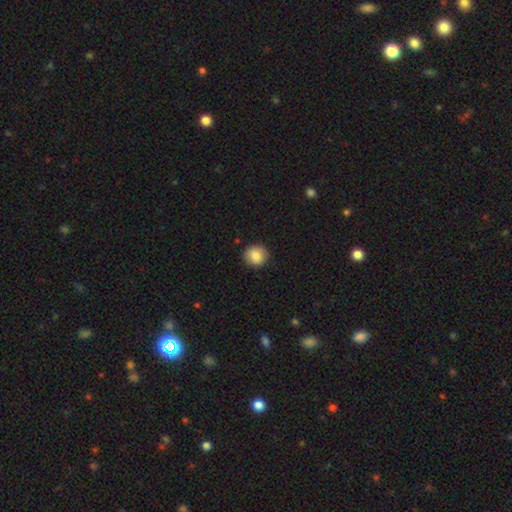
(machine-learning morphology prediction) Overall: smooth (86%). How rounded: round (88%). Merging: none (89%).